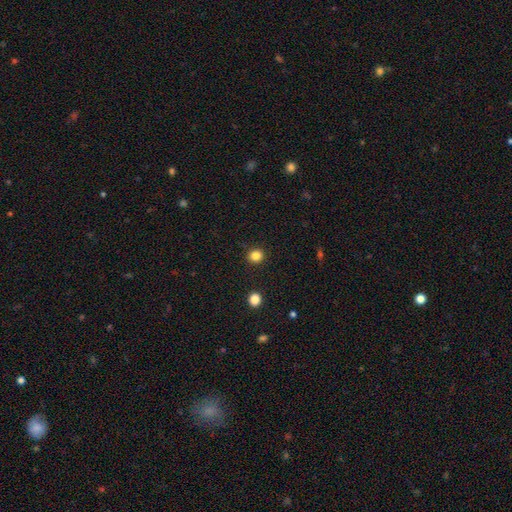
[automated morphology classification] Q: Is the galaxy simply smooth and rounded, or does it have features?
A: smooth — 83%.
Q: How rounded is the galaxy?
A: round — 87%.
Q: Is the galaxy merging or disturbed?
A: none — 91%.